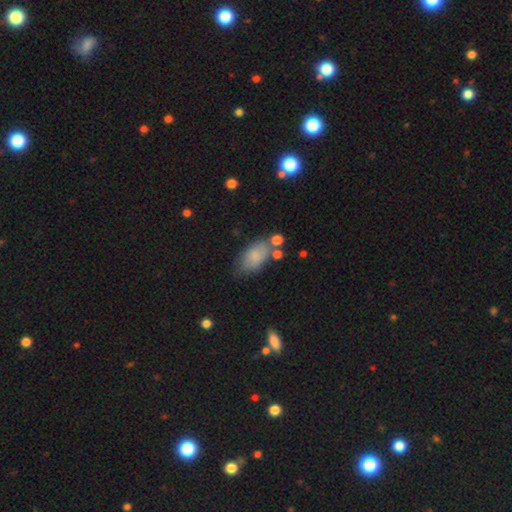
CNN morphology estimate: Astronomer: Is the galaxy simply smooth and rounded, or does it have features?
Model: smooth — 82%.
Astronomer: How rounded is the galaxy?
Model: in between — 91%.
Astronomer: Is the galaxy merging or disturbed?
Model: none — 65%.